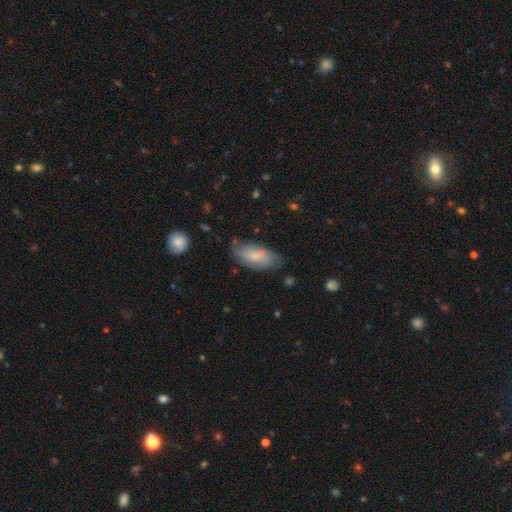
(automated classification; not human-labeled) Smooth or featured?
  - smooth: 64% *
  - featured or disk: 29%
  - star or artifact: 7%
How rounded?
  - in between: 87% *
  - cigar-shaped: 11%
  - round: 3%
Merging?
  - none: 62% *
  - minor disturbance: 24%
  - merger: 7%
  - major disturbance: 6%